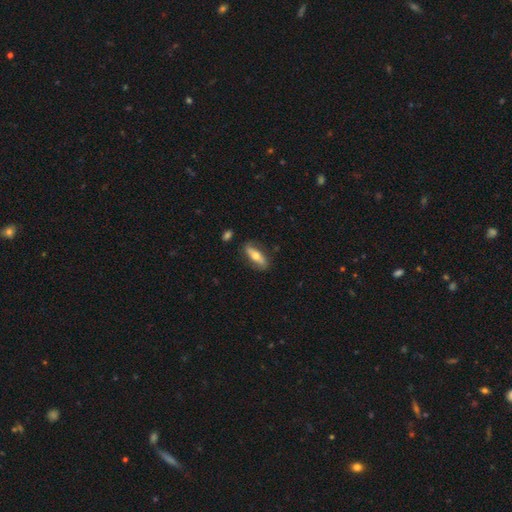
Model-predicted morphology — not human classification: Smooth or featured: smooth — 54% (featured or disk — 40%)
How rounded: in between — 52% (cigar-shaped — 45%)
Merging: none — 81% (minor disturbance — 14%)